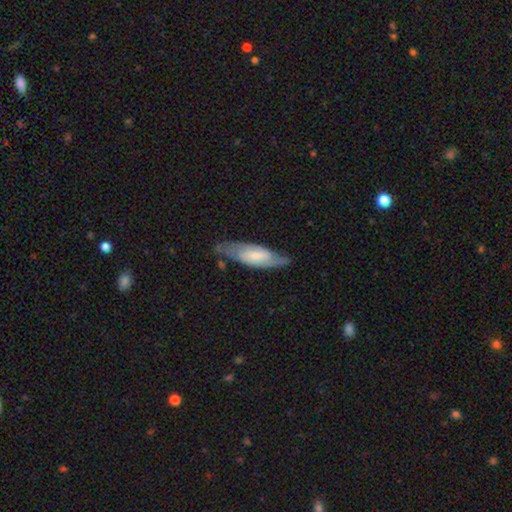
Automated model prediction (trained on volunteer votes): A featured or disk galaxy (61%). Merging: none (69%).